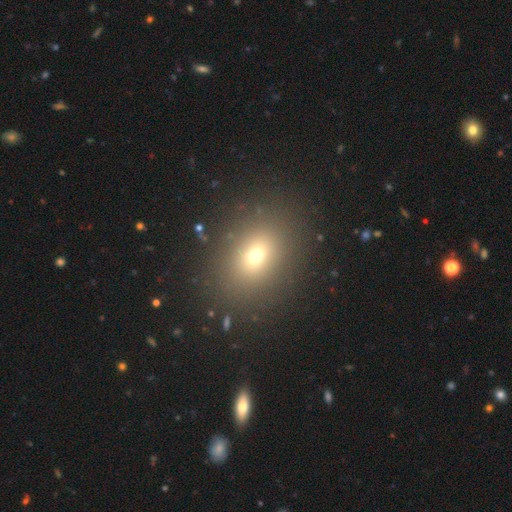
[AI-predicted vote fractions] smooth-or-featured: smooth: 67% | star or artifact: 20% | featured or disk: 13%
  how-rounded: in between: 53% | round: 45% | cigar-shaped: 1%
  merging: none: 86% | minor disturbance: 8% | major disturbance: 4% | merger: 2%